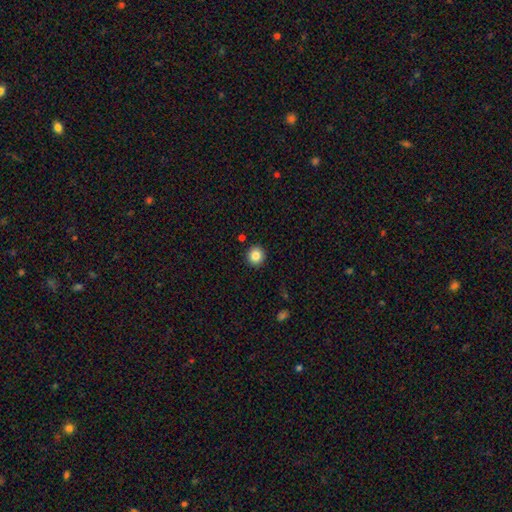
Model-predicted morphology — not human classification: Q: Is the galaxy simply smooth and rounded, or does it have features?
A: smooth — 85%.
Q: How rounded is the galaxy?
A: round — 90%.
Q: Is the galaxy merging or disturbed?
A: none — 91%.